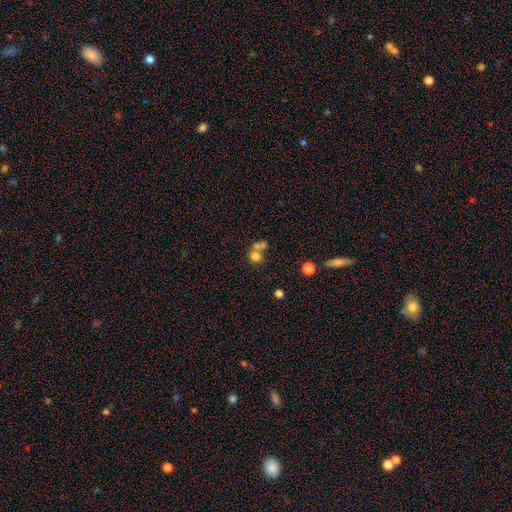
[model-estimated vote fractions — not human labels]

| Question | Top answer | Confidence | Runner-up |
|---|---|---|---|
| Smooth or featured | smooth | 72% | featured or disk (14%) |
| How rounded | round | 77% | in between (22%) |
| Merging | merger | 50% | none (37%) |